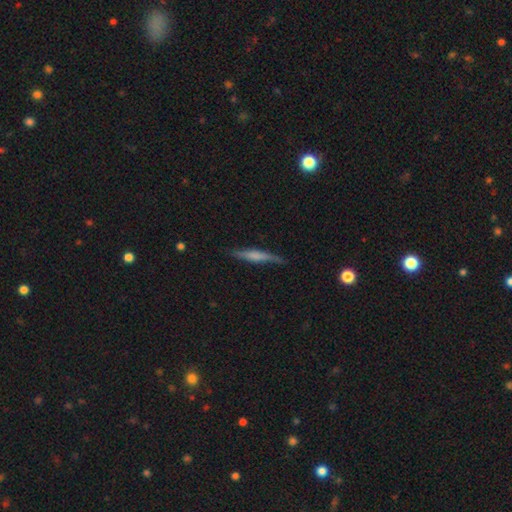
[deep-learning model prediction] This appears to be a featured or disk galaxy (52%) viewed edge-on (96%). Merging: none (83%).